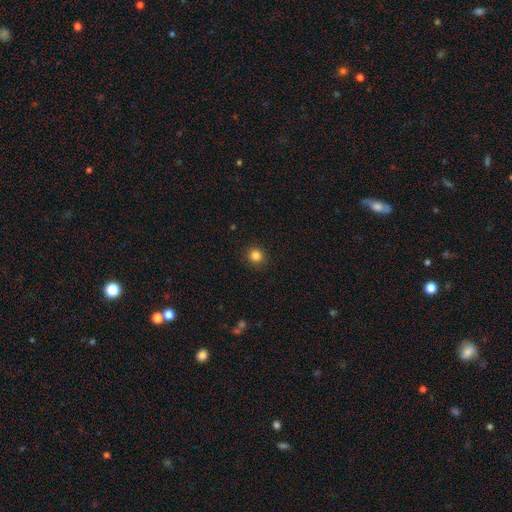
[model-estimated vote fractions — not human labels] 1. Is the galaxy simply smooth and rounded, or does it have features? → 84% smooth, 12% star or artifact, 4% featured or disk.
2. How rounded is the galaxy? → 93% round, 6% in between, 1% cigar-shaped.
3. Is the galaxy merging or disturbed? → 91% none, 6% minor disturbance, 2% major disturbance, 1% merger.